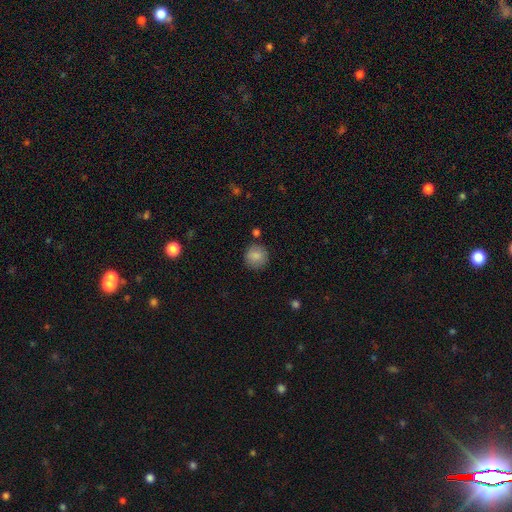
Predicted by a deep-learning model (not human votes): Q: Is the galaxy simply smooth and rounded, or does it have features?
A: smooth — 86%.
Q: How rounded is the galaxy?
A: round — 93%.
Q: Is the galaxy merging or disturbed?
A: none — 85%.